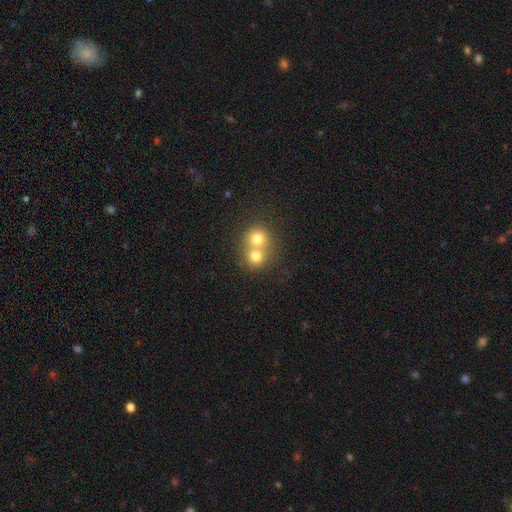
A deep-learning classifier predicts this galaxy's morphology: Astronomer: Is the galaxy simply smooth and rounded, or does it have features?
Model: smooth — 74%.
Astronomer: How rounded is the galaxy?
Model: round — 82%.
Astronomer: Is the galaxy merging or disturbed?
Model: merger — 66%.